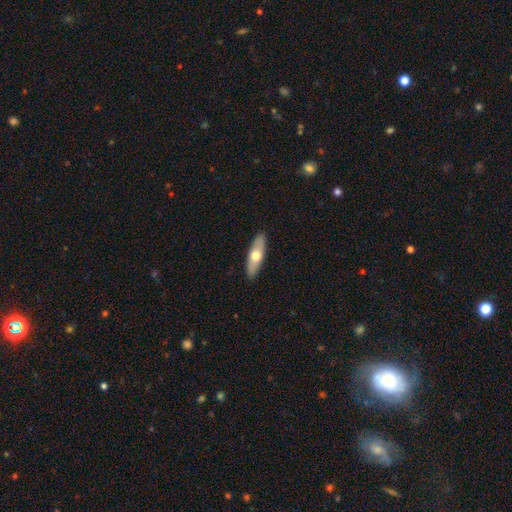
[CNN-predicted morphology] smooth_or_featured: smooth (p=0.57) [alt: featured or disk p=0.38]
how_rounded: in between (p=0.50) [alt: cigar-shaped p=0.48]
merging: none (p=0.89) [alt: minor disturbance p=0.08]